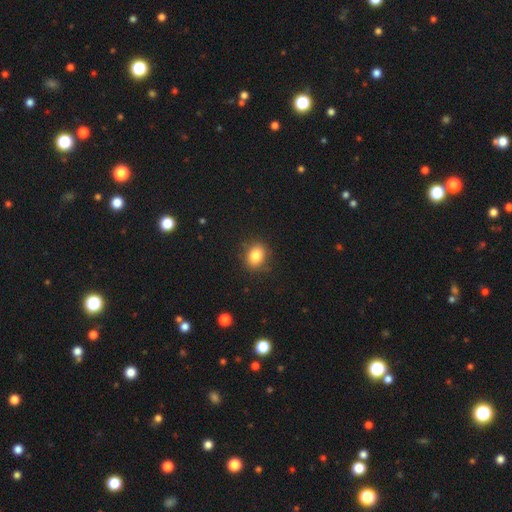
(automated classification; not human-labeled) This is clearly a smooth galaxy (82%). How rounded: possibly round (52%). Merging: clearly none (84%).